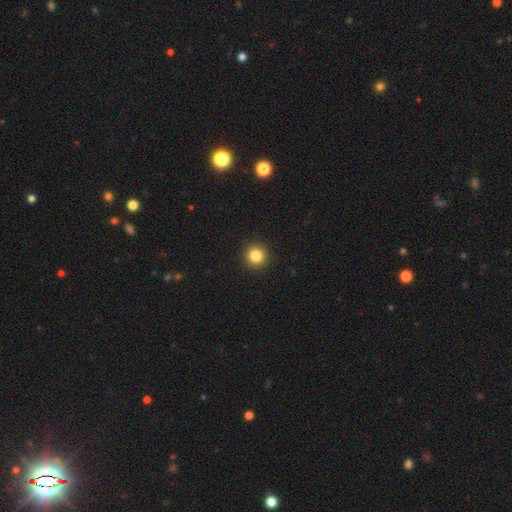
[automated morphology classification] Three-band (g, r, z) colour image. It shows a smooth galaxy with no disk features (84%) that is round (95%). Merging: none (93%).